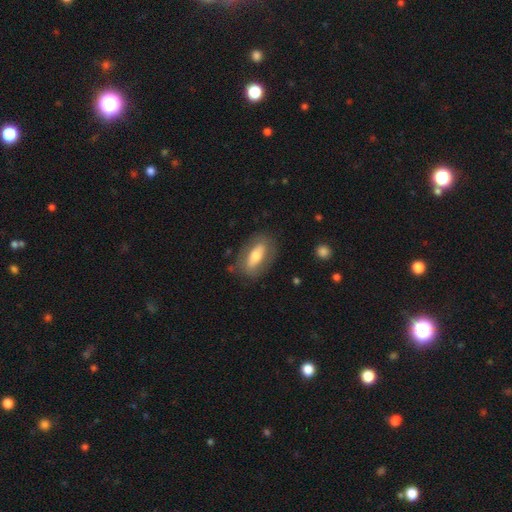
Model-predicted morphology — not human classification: A smooth galaxy with no disk features (55%) that is in between round and cigar-shaped (78%).

Vote fractions:
- Smooth or featured? smooth: 55% / featured or disk: 39% / star or artifact: 6%
- How rounded? in between: 78% / cigar-shaped: 18% / round: 4%
- Merging? none: 78% / minor disturbance: 14% / major disturbance: 6% / merger: 2%